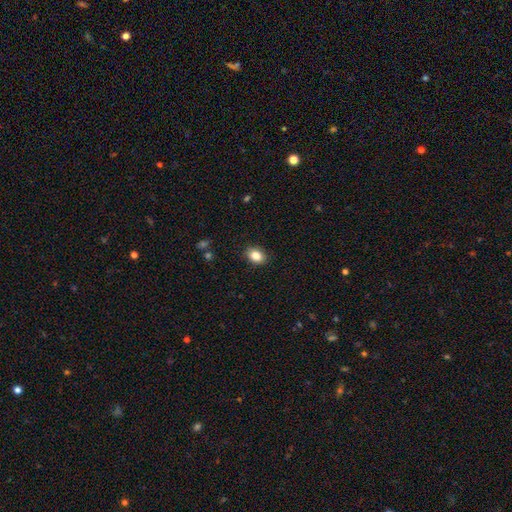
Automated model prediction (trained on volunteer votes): The model was most divided on "how rounded": in between: 78%, round: 20%, cigar-shaped: 1%. More confident: merging — none (89%); smooth or featured — smooth (85%).